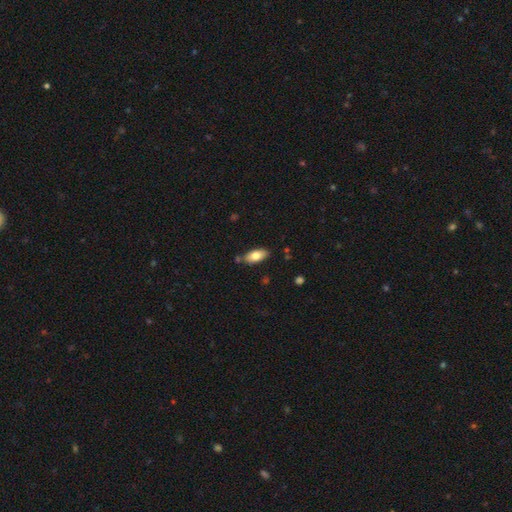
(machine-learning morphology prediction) Q: Smooth or featured?
A: smooth (78%); runner-up: featured or disk (16%)
Q: How rounded?
A: in between (89%); runner-up: cigar-shaped (9%)
Q: Merging?
A: none (79%); runner-up: minor disturbance (14%)